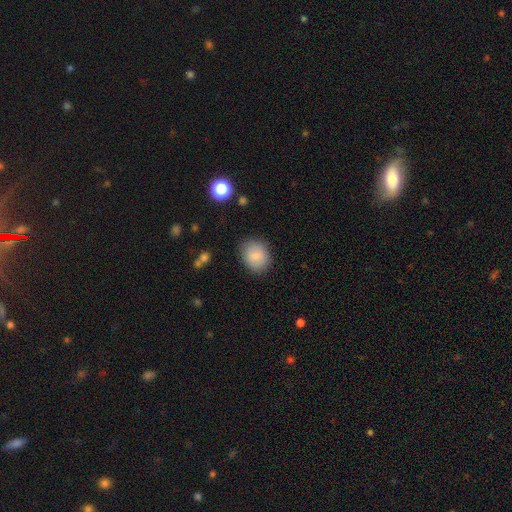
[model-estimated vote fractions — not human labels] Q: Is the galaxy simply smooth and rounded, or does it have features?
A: smooth — 82%.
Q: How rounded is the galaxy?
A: round — 61%.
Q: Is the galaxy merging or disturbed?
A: none — 83%.